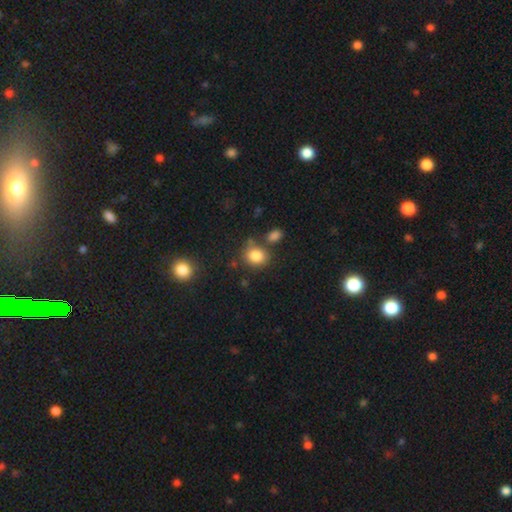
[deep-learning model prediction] smooth_or_featured: smooth (p=0.83) [alt: star or artifact p=0.11]
how_rounded: round (p=0.65) [alt: in between p=0.34]
merging: none (p=0.69) [alt: minor disturbance p=0.13]